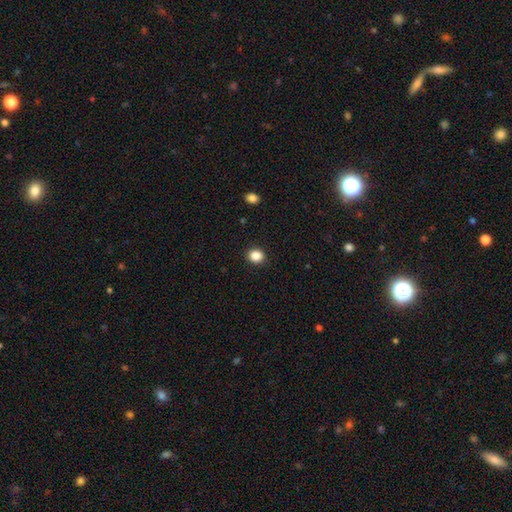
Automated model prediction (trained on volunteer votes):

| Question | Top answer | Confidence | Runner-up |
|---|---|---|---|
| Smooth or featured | smooth | 86% | star or artifact (11%) |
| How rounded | round | 73% | in between (26%) |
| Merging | none | 91% | minor disturbance (6%) |